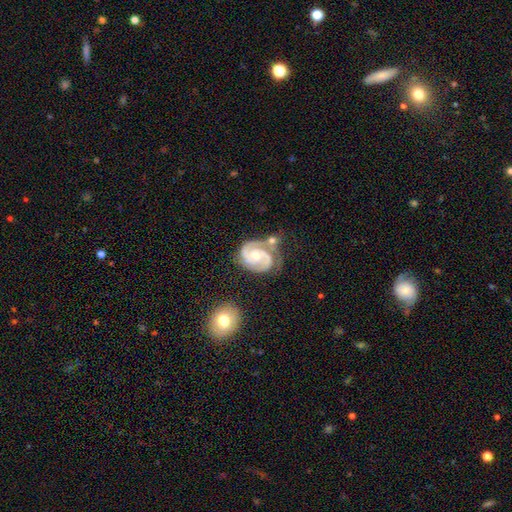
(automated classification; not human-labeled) Q: Smooth or featured?
A: featured or disk (91%); runner-up: smooth (5%)
Q: Edge-on disk?
A: no (98%); runner-up: yes (2%)
Q: Bar?
A: no (57%); runner-up: weak (34%)
Q: Spiral arms?
A: yes (98%); runner-up: no (2%)
Q: Spiral winding?
A: tight (51%); runner-up: medium (43%)
Q: Spiral arm count?
A: 2 (85%); runner-up: 3 (6%)
Q: Bulge size?
A: moderate (68%); runner-up: small (25%)
Q: Merging?
A: none (50%); runner-up: minor disturbance (22%)